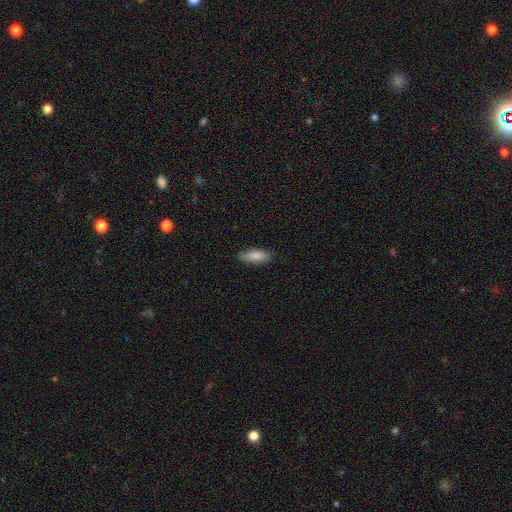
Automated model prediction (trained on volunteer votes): smooth_or_featured: smooth (p=0.86) [alt: featured or disk p=0.08]
how_rounded: in between (p=0.79) [alt: cigar-shaped p=0.19]
merging: none (p=0.81) [alt: minor disturbance p=0.15]